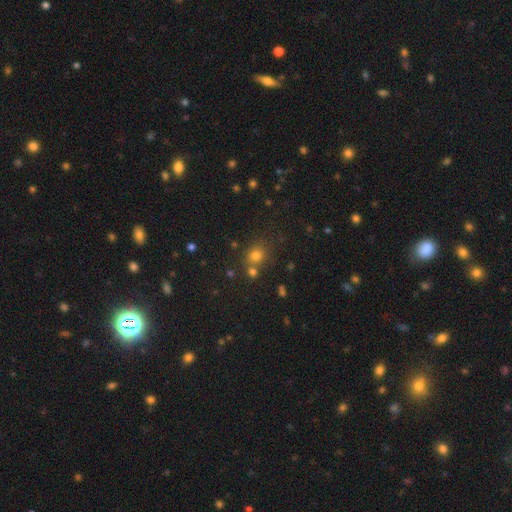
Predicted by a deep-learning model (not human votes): Q: Smooth or featured?
A: smooth (69%); runner-up: star or artifact (23%)
Q: How rounded?
A: round (82%); runner-up: in between (17%)
Q: Merging?
A: none (68%); runner-up: merger (19%)